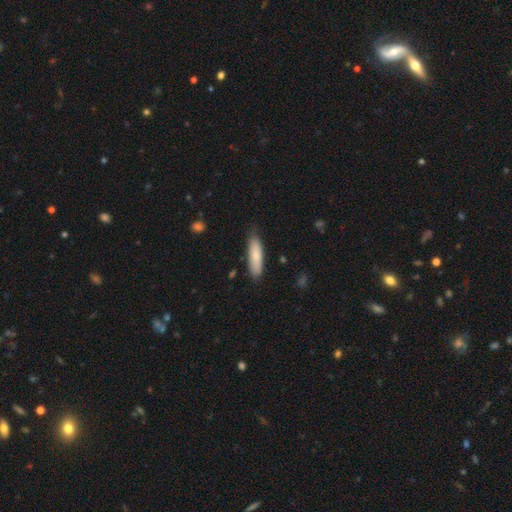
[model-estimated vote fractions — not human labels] Smooth or featured?
  - smooth: 81% *
  - featured or disk: 13%
  - star or artifact: 6%
How rounded?
  - cigar-shaped: 62% *
  - in between: 37%
  - round: 1%
Merging?
  - none: 80% *
  - minor disturbance: 16%
  - major disturbance: 3%
  - merger: 1%